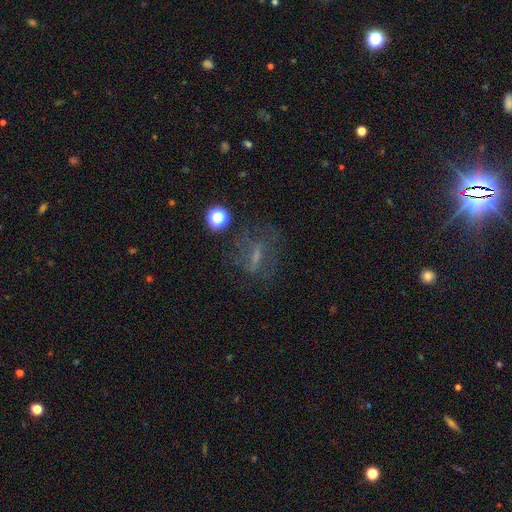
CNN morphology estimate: This is marginally a featured or disk galaxy (44%). Merging: possibly none (60%).